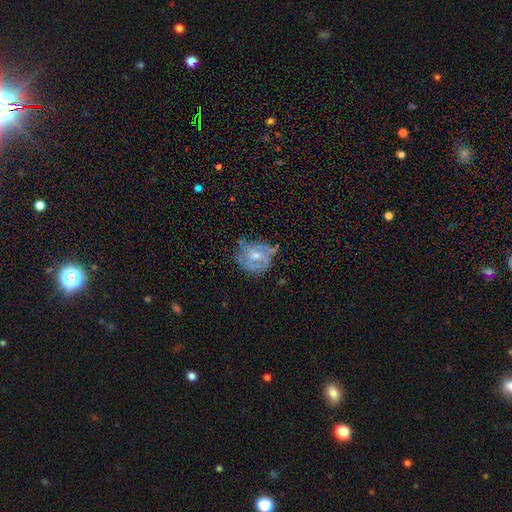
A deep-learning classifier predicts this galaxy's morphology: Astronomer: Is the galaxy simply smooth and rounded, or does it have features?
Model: featured or disk — 62%.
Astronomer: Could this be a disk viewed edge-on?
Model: no — 96%.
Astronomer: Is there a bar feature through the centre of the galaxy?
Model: no — 67%.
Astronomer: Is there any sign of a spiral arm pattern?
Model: yes — 65%.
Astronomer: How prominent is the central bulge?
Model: moderate — 57% (runner-up: small, 37%).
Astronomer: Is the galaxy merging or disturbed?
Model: none — 55%.